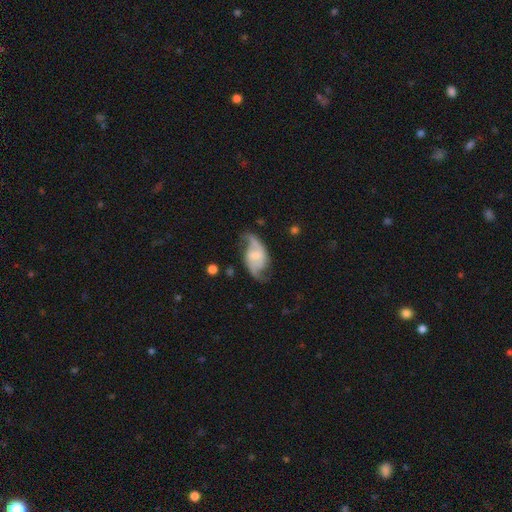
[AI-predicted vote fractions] Morphology: type=featured or disk (84%); edge-on=no (97%); bar=weak (48%); spiral arms=yes (95%); winding=loose (56%); arm count=2 (91%); bulge=small (40%); merging=none (68%).